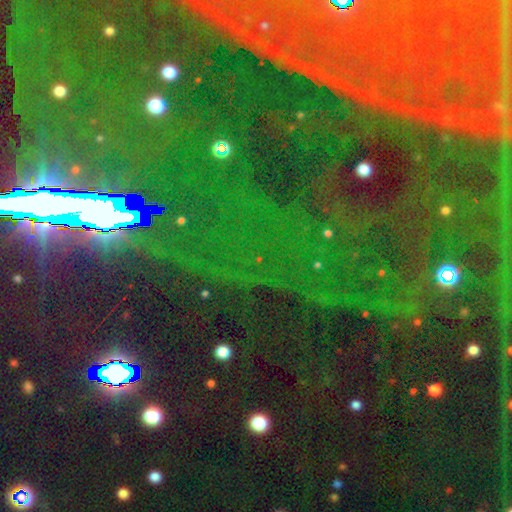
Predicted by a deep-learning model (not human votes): Smooth or featured? Predicted: star or artifact (p=0.84).